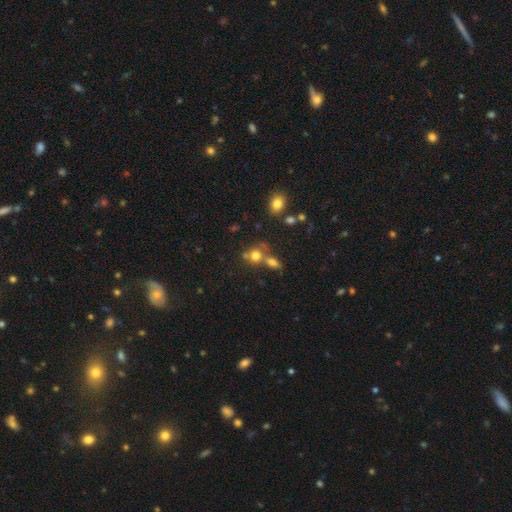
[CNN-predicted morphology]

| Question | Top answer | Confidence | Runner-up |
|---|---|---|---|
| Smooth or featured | smooth | 73% | star or artifact (15%) |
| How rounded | round | 73% | in between (25%) |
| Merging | none | 43% | merger (41%) |